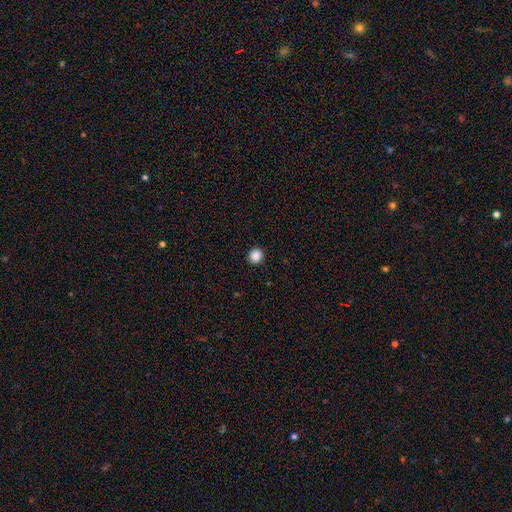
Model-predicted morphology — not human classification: smooth 87%, star or artifact 10%, featured or disk 3%. Down the decision tree: how rounded — round (90%); merging — none (91%).